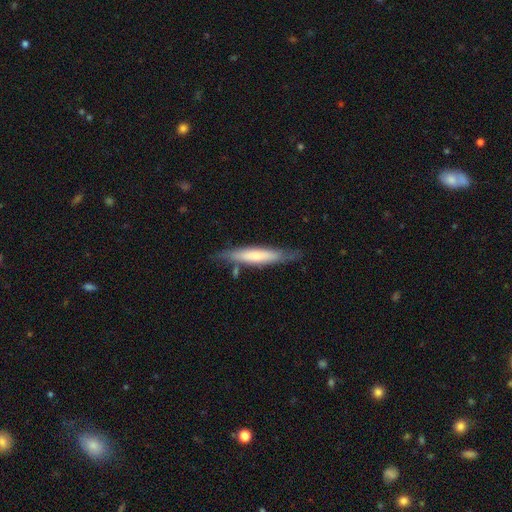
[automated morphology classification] This appears to be a smooth galaxy with no disk features (57%) that is cigar-shaped (88%). Merging: none (75%).